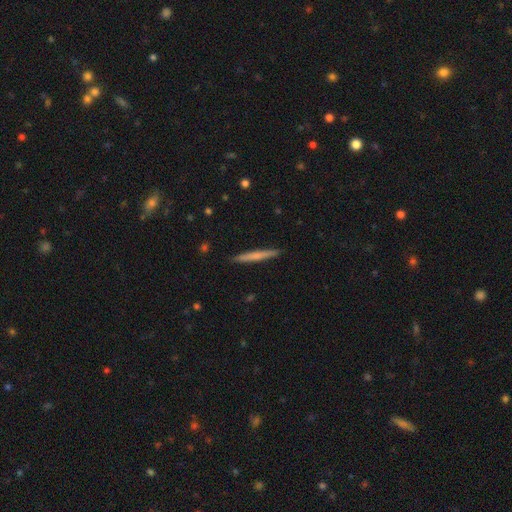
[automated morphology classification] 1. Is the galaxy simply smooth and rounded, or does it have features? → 61% smooth, 34% featured or disk, 6% star or artifact.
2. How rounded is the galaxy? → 97% cigar-shaped, 2% in between, 1% round.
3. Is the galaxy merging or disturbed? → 91% none, 6% minor disturbance, 1% major disturbance, 1% merger.